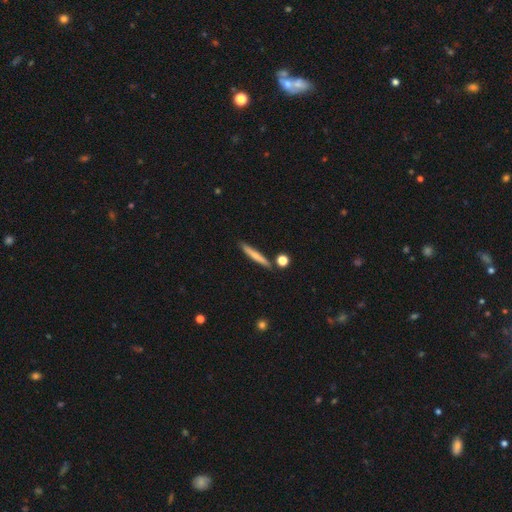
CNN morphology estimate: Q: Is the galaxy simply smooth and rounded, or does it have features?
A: smooth — 65%.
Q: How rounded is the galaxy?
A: cigar-shaped — 94%.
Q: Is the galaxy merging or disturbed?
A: none — 84%.